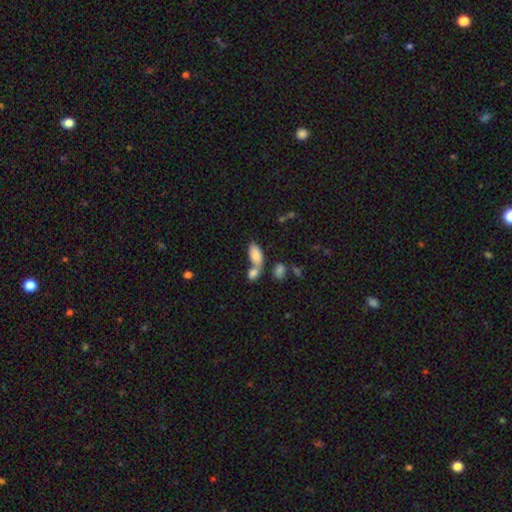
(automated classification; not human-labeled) smooth-or-featured: smooth: 84% | featured or disk: 9% | star or artifact: 8%
  how-rounded: in between: 92% | cigar-shaped: 4% | round: 4%
  merging: merger: 55% | none: 31% | minor disturbance: 9% | major disturbance: 5%